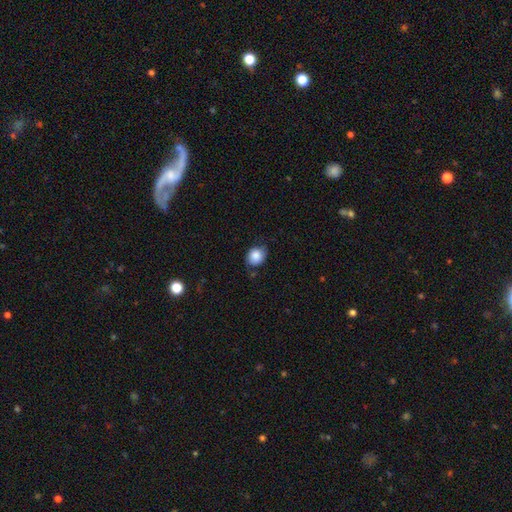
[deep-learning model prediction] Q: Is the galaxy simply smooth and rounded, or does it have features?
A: smooth — 85%.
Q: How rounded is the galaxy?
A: round — 68%.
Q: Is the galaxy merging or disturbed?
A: none — 68%.